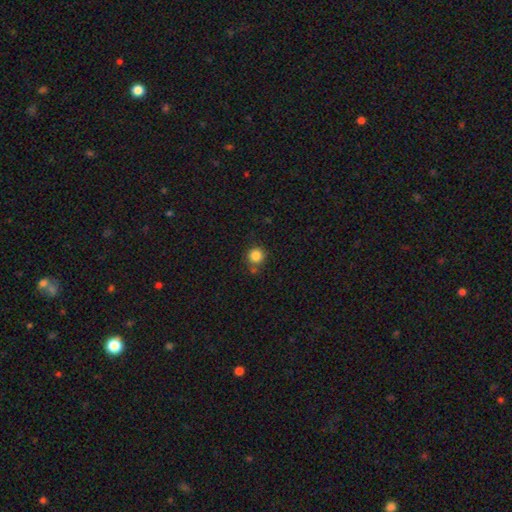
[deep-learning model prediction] A smooth galaxy with no disk features (85%) that is round (93%).

Vote fractions:
- Smooth or featured? smooth: 85% / star or artifact: 11% / featured or disk: 5%
- How rounded? round: 93% / in between: 6% / cigar-shaped: 1%
- Merging? none: 76% / minor disturbance: 12% / merger: 8% / major disturbance: 3%